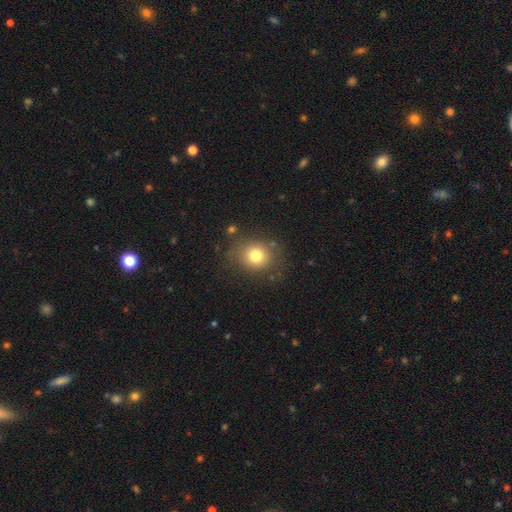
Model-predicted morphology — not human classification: The model was most divided on "how rounded": round: 78%, in between: 21%, cigar-shaped: 1%. More confident: merging — none (78%); smooth or featured — smooth (76%).